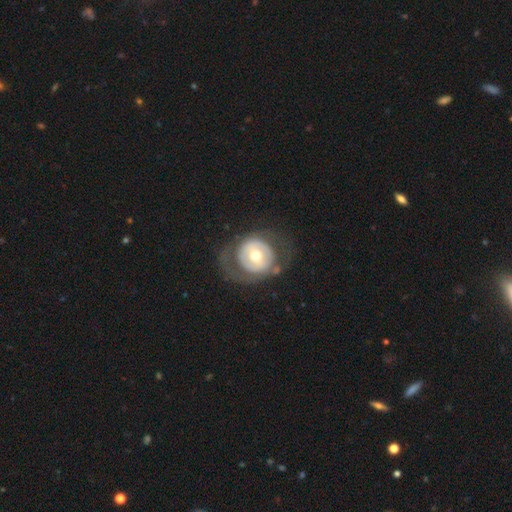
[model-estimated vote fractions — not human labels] A featured or disk galaxy (55%) with no bar (65%), no spiral arms (76%) and a moderate central bulge (70%). Merging: none (67%).